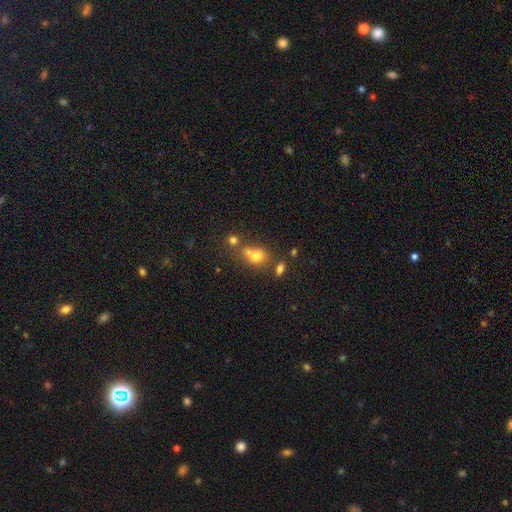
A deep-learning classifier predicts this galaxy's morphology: smooth_or_featured: smooth (p=0.72) [alt: star or artifact p=0.15]
how_rounded: round (p=0.62) [alt: in between p=0.36]
merging: merger (p=0.44) [alt: none p=0.39]